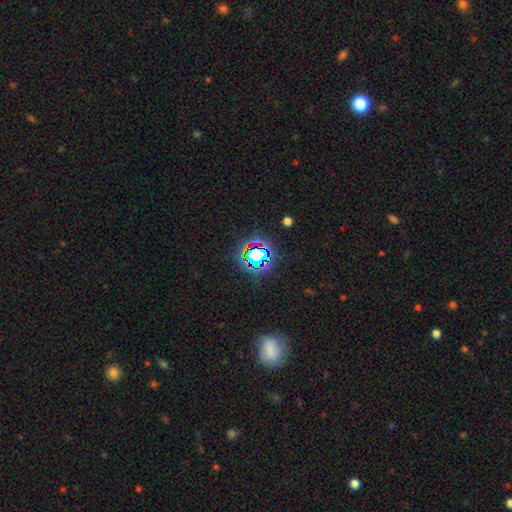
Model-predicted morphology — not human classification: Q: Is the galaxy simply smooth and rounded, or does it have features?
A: star or artifact — 69%.